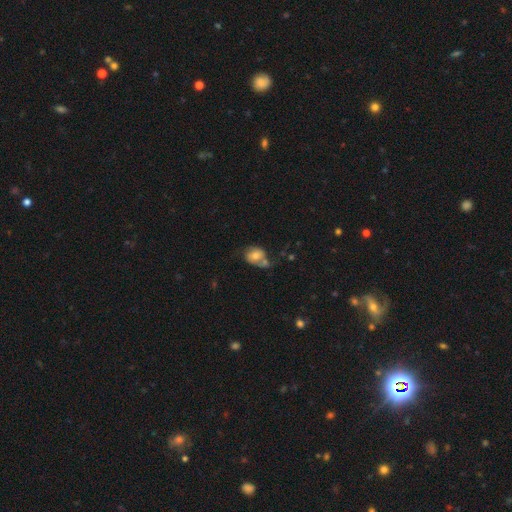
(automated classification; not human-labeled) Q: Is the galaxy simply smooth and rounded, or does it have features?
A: smooth — 62%.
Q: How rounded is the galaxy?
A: in between — 51%.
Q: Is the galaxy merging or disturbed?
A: none — 35%.